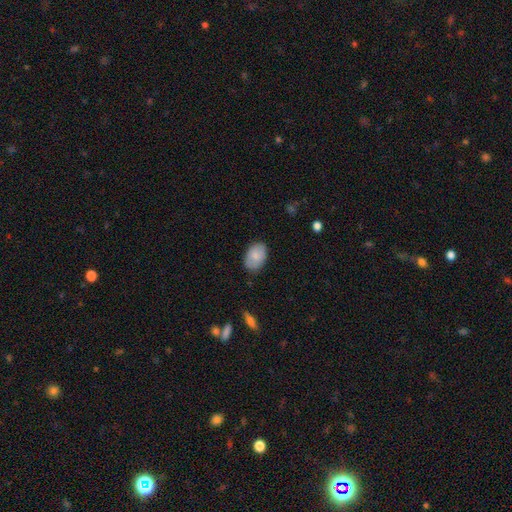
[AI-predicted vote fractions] Smooth or featured? smooth (80%)
How rounded? in between (87%)
Merging? none (83%)